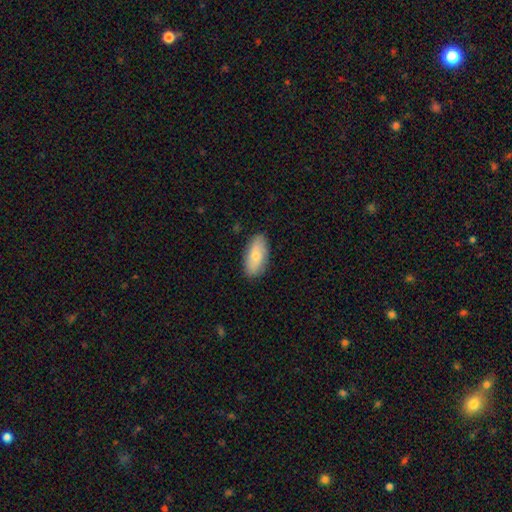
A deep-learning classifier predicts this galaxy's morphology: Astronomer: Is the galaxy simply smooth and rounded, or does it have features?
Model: smooth — 71%.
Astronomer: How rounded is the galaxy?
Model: in between — 90%.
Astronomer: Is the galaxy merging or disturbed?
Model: none — 85%.